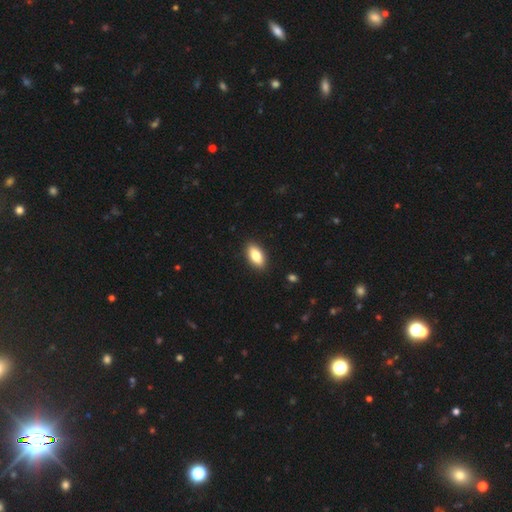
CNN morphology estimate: A smooth galaxy with no disk features (82%) that is in between round and cigar-shaped (89%). Merging: none (90%).